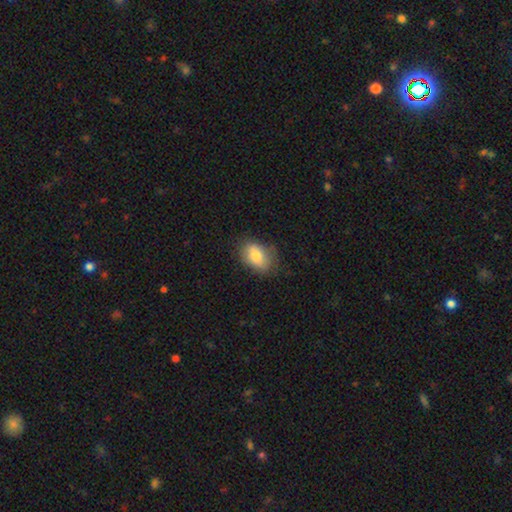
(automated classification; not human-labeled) smooth-or-featured: smooth: 77% | featured or disk: 15% | star or artifact: 8%
  how-rounded: in between: 82% | round: 17% | cigar-shaped: 1%
  merging: none: 74% | minor disturbance: 20% | major disturbance: 5% | merger: 1%